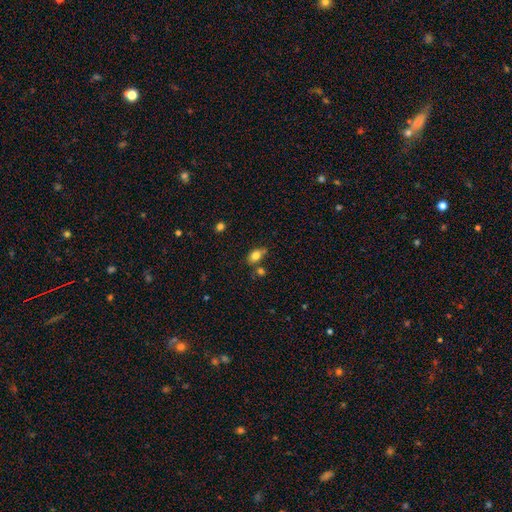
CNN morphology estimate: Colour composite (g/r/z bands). It shows a smooth galaxy with no disk features (81%) that is in between round and cigar-shaped (82%). Merging: none (60%).